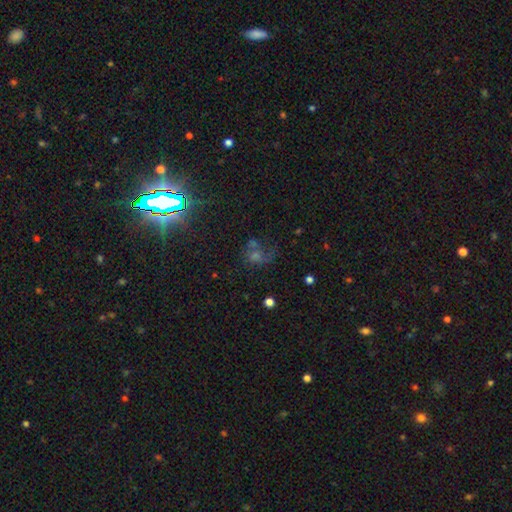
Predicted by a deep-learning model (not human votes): A star or artifact, not a galaxy (50%).